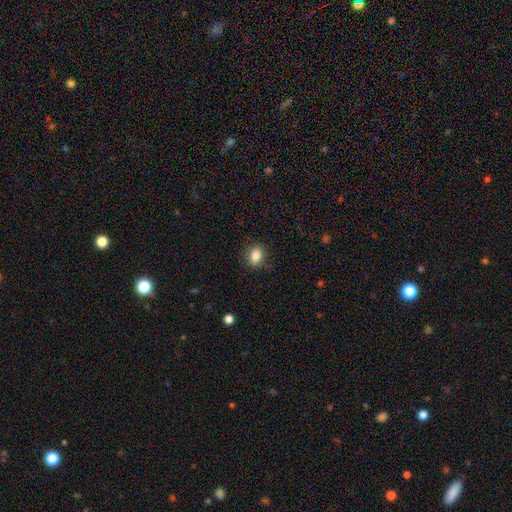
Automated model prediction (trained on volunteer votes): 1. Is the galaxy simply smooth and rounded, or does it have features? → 84% smooth, 9% star or artifact, 7% featured or disk.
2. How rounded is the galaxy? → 65% in between, 34% round, 2% cigar-shaped.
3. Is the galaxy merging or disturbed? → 85% none, 11% minor disturbance, 3% major disturbance, 1% merger.